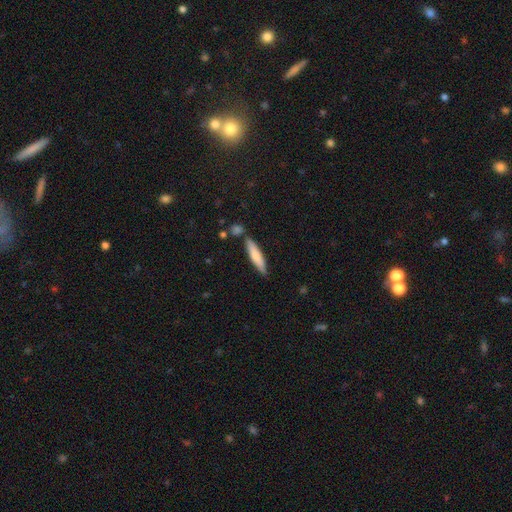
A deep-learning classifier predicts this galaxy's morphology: type=smooth (70%); roundness=cigar-shaped (83%); merging=none (80%).